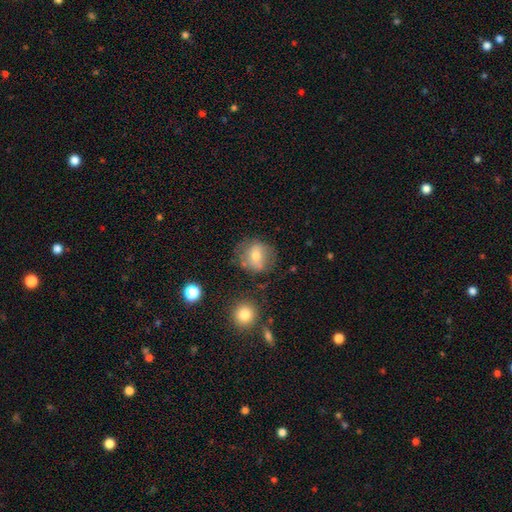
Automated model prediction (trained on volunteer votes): A smooth galaxy with no disk features (60%) that is round (76%).

Vote fractions:
- Smooth or featured? smooth: 60% / featured or disk: 30% / star or artifact: 9%
- How rounded? round: 76% / in between: 23% / cigar-shaped: 1%
- Merging? none: 64% / minor disturbance: 21% / major disturbance: 11% / merger: 4%